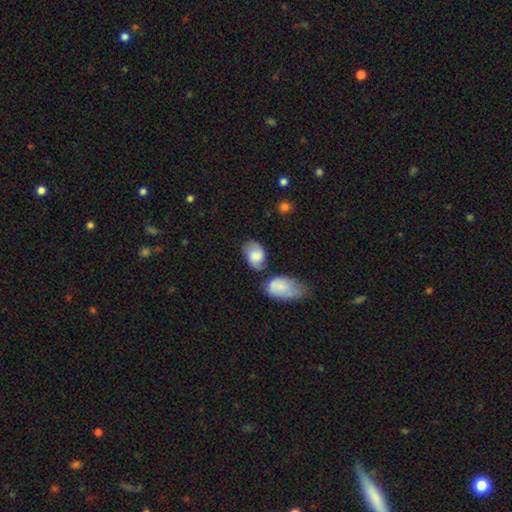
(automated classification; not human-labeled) Morphology: type=smooth (63%); roundness=in between (85%); merging=none (53%).